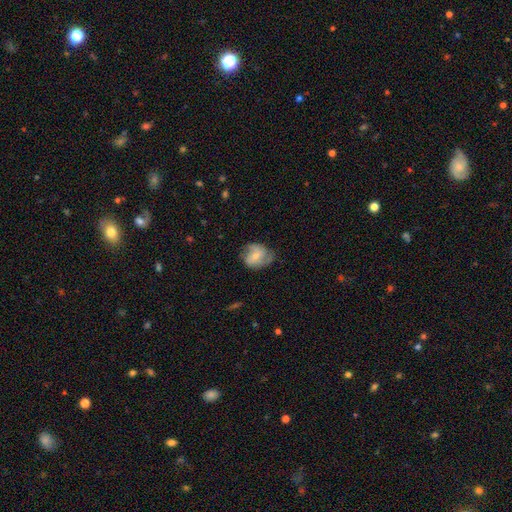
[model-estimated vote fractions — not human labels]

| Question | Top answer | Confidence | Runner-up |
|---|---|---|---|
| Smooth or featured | featured or disk | 59% | smooth (34%) |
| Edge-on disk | no | 97% | yes (3%) |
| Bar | no | 59% | weak (32%) |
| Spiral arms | yes | 86% | no (14%) |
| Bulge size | small | 55% | moderate (39%) |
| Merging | none | 63% | minor disturbance (26%) |